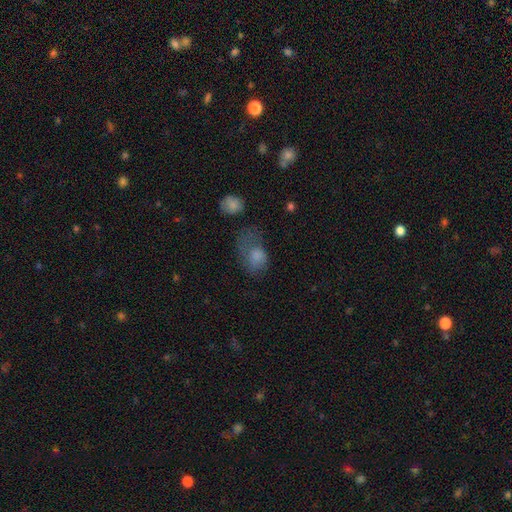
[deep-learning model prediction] Smooth or featured?
  - smooth: 72% *
  - featured or disk: 17%
  - star or artifact: 11%
How rounded?
  - in between: 72% *
  - round: 26%
  - cigar-shaped: 2%
Merging?
  - major disturbance: 45% *
  - minor disturbance: 24%
  - none: 24%
  - merger: 7%